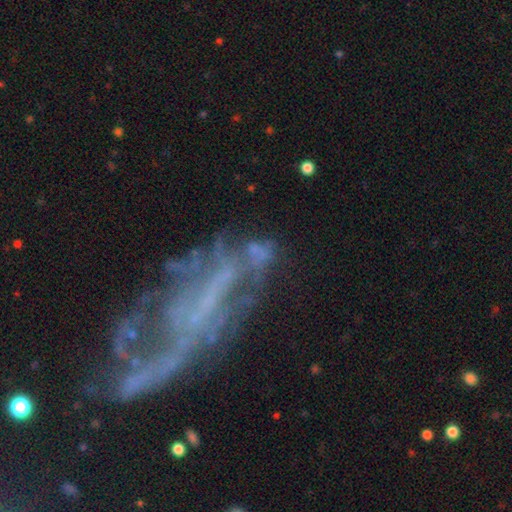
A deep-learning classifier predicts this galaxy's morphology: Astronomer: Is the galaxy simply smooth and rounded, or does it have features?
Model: featured or disk — 64%.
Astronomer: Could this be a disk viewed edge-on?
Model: no — 87%.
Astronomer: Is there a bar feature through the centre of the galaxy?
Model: no — 56%.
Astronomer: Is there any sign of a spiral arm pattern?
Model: no — 58% (runner-up: yes, 42%).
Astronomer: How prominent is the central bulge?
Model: none — 61%.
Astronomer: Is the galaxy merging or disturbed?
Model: none — 44% (runner-up: major disturbance, 29%).